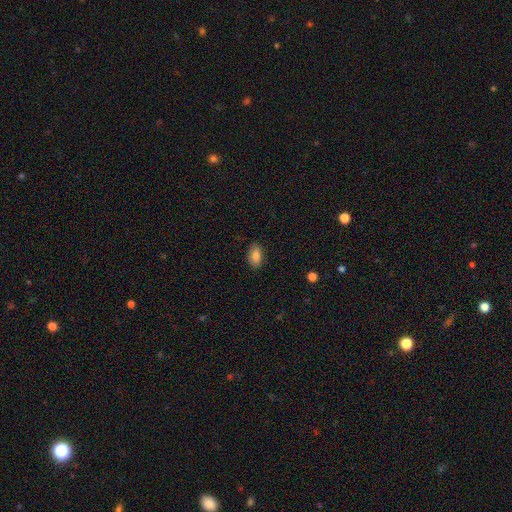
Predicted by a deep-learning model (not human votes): The model was most divided on "merging": none: 86%, minor disturbance: 11%, major disturbance: 2%, merger: 1%. More confident: how rounded — in between (91%); smooth or featured — smooth (85%).